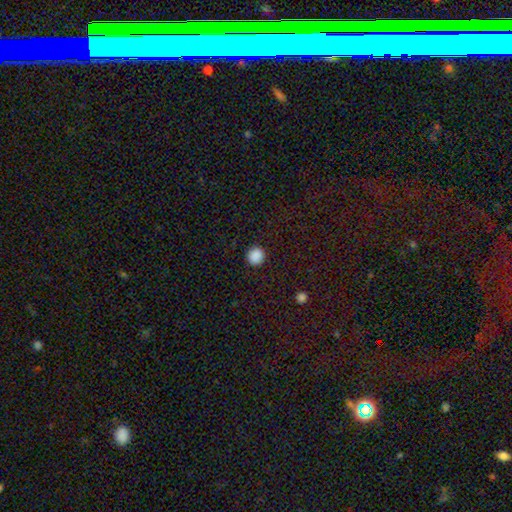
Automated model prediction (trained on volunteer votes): This appears to be a smooth galaxy with no disk features (89%) that is round (92%). Merging: none (92%).